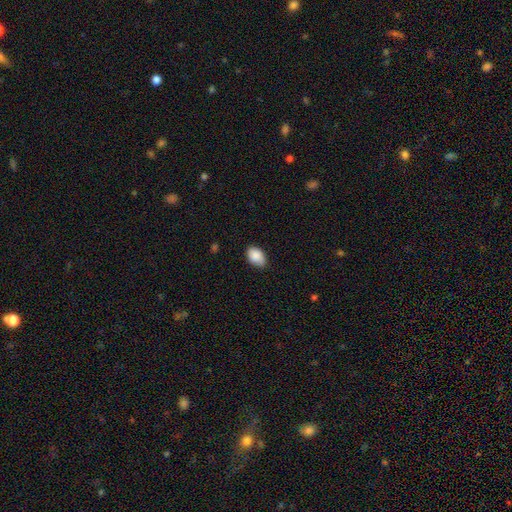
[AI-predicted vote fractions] Smooth or featured: smooth — 87% (star or artifact — 7%)
How rounded: in between — 86% (round — 13%)
Merging: none — 78% (minor disturbance — 19%)